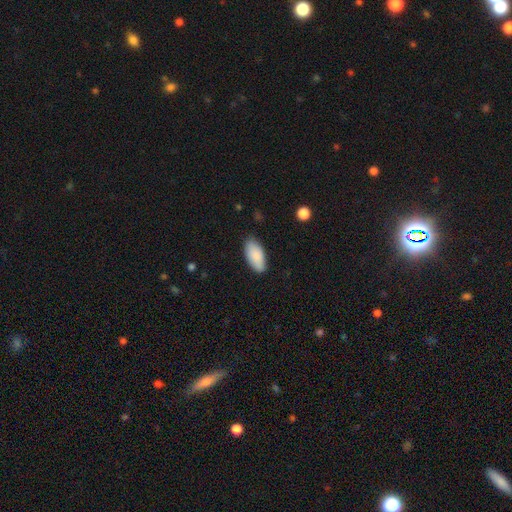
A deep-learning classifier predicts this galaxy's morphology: Smooth or featured: smooth — 87% (featured or disk — 7%)
How rounded: in between — 91% (cigar-shaped — 7%)
Merging: none — 82% (minor disturbance — 14%)